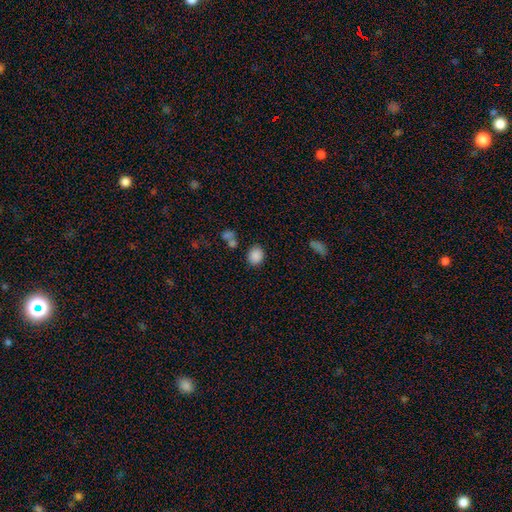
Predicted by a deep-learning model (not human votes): Morphology: type=smooth (86%); roundness=round (63%); merging=none (79%).